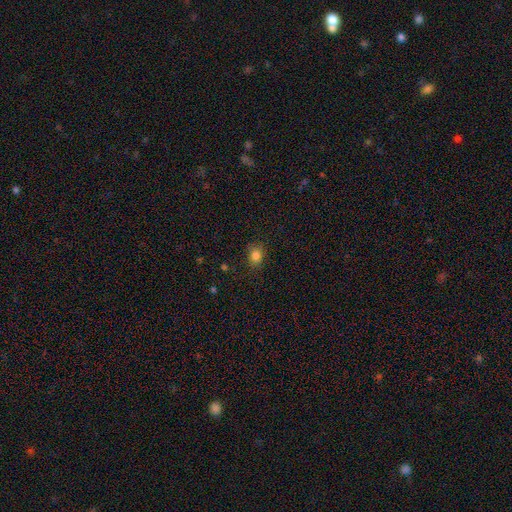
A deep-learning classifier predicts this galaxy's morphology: smooth-or-featured: smooth: 82% | star or artifact: 13% | featured or disk: 5%
  how-rounded: round: 54% | in between: 44% | cigar-shaped: 1%
  merging: none: 83% | minor disturbance: 13% | major disturbance: 3% | merger: 1%